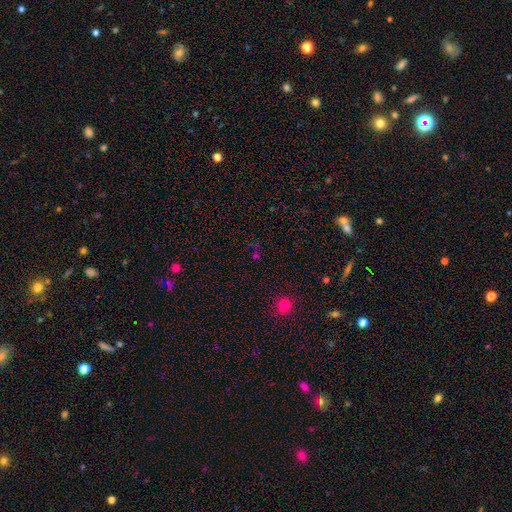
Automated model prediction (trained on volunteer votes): Smooth or featured? star or artifact (54%)